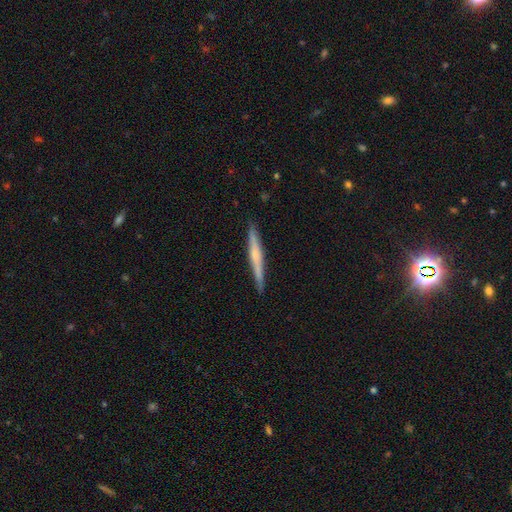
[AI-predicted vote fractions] featured or disk 57%, smooth 37%, star or artifact 6%. Down the decision tree: edge-on disk — yes (98%); edge-on bulge — rounded (47%); merging — none (91%).